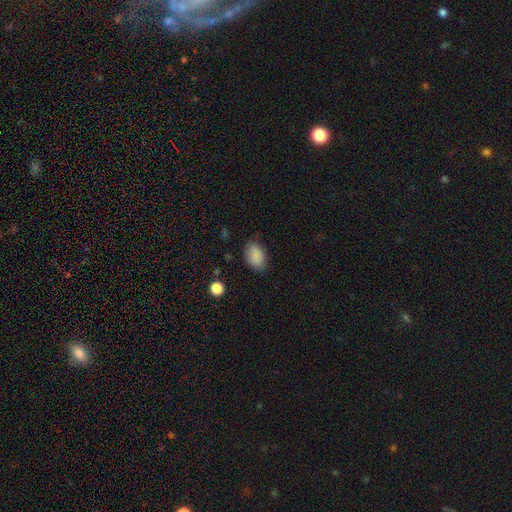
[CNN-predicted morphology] A smooth galaxy with no disk features (88%) that is in between round and cigar-shaped (86%).

Vote fractions:
- Smooth or featured? smooth: 88% / star or artifact: 8% / featured or disk: 4%
- How rounded? in between: 86% / round: 12% / cigar-shaped: 1%
- Merging? none: 79% / minor disturbance: 16% / major disturbance: 3% / merger: 1%